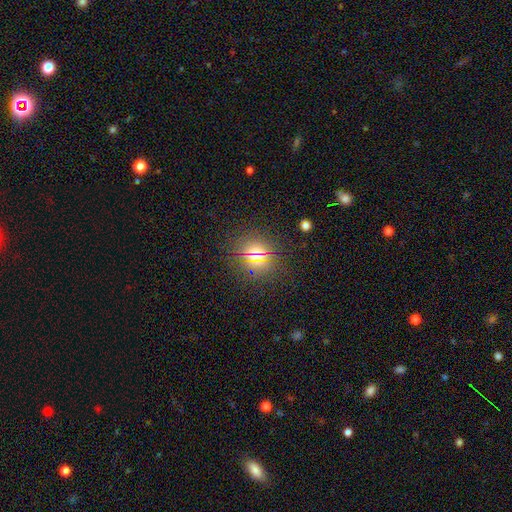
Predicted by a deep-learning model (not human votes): The model was most divided on "smooth or featured": smooth: 45%, star or artifact: 43%, featured or disk: 12%. More confident: merging — none (80%).